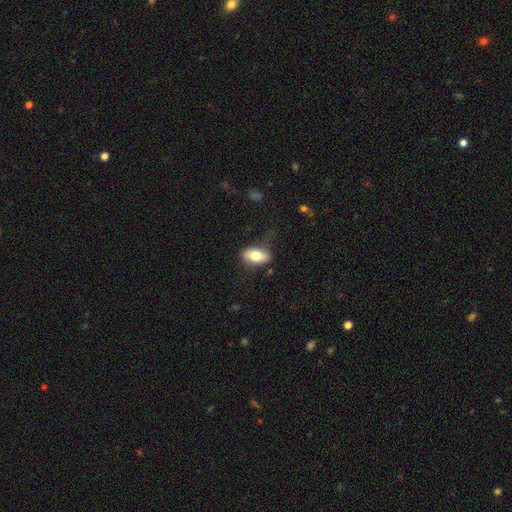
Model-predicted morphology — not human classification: A smooth galaxy with no disk features (74%) that is in between round and cigar-shaped (90%). Merging: none (69%).